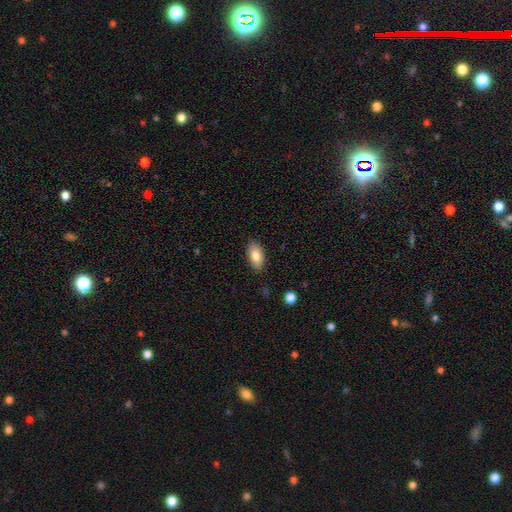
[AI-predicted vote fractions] This is clearly a smooth galaxy (82%). How rounded: clearly in between (91%). Merging: clearly none (87%).